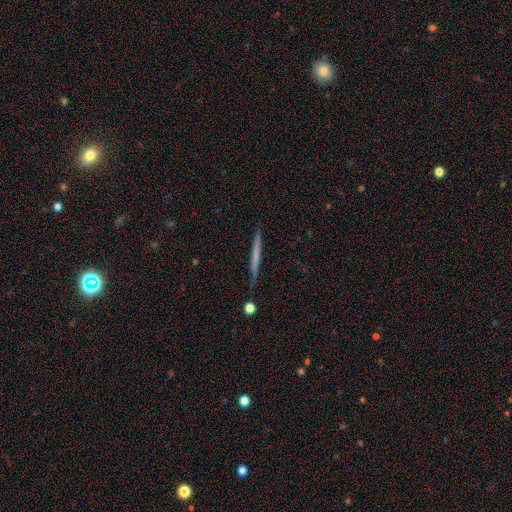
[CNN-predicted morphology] Smooth or featured?
  - smooth: 51% *
  - featured or disk: 43%
  - star or artifact: 6%
How rounded?
  - cigar-shaped: 96% *
  - in between: 2%
  - round: 2%
Merging?
  - none: 87% *
  - minor disturbance: 9%
  - major disturbance: 2%
  - merger: 2%